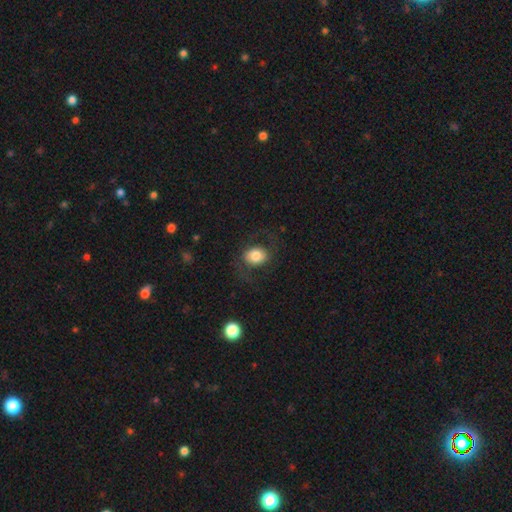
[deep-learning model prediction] This is likely a smooth galaxy (69%). How rounded: possibly round (55%). Merging: likely none (70%).